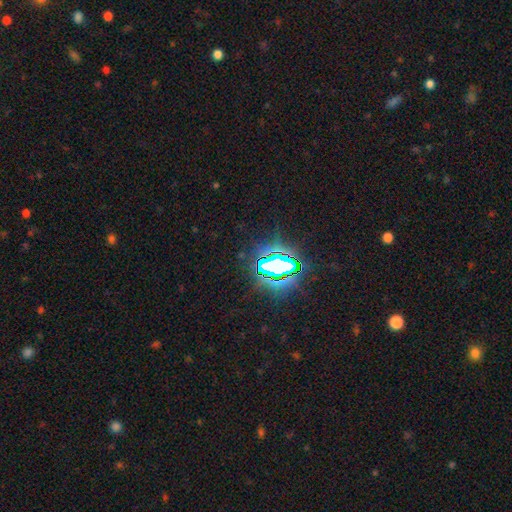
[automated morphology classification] Smooth or featured? star or artifact (85%)